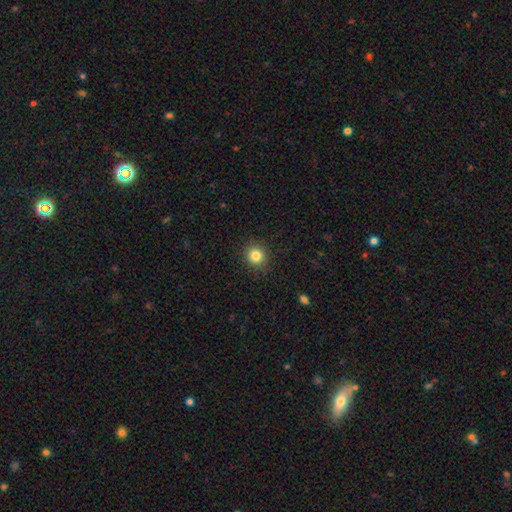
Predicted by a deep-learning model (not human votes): smooth_or_featured: smooth (p=0.83) [alt: star or artifact p=0.12]
how_rounded: round (p=0.90) [alt: in between p=0.09]
merging: none (p=0.90) [alt: minor disturbance p=0.06]